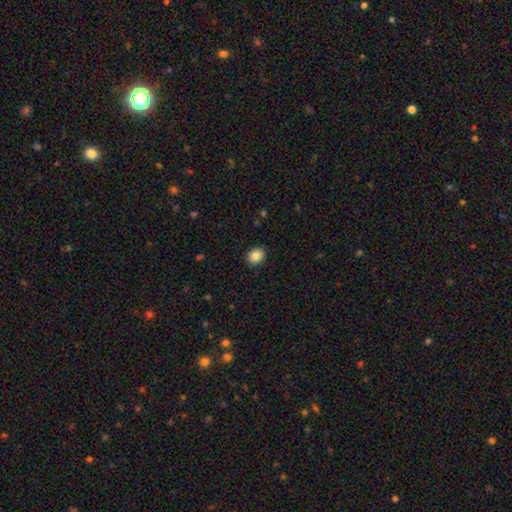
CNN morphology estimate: The model was most divided on "how rounded": round: 56%, in between: 43%, cigar-shaped: 1%. More confident: merging — none (90%); smooth or featured — smooth (87%).